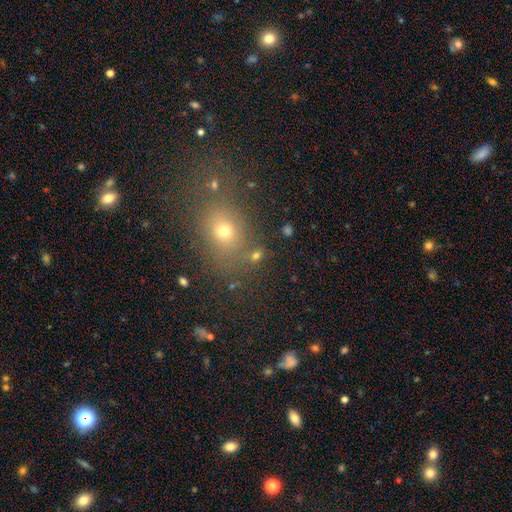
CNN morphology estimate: Q: Smooth or featured?
A: smooth (63%); runner-up: star or artifact (25%)
Q: How rounded?
A: round (53%); runner-up: in between (44%)
Q: Merging?
A: none (71%); runner-up: merger (13%)